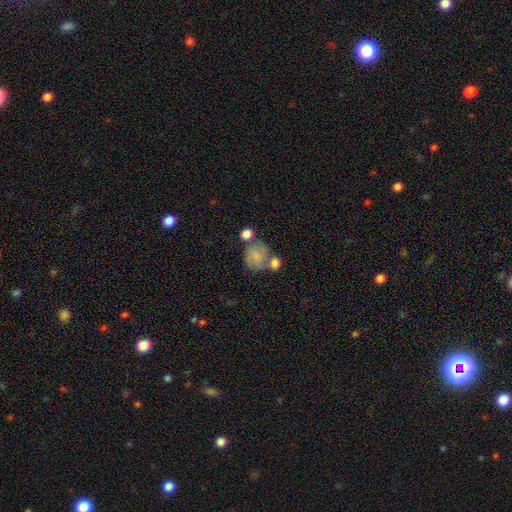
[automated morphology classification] smooth 73%, featured or disk 19%, star or artifact 9%. Down the decision tree: how rounded — round (65%); merging — none (38%).